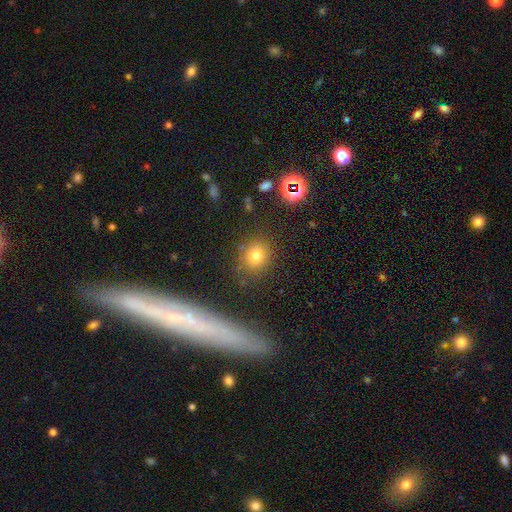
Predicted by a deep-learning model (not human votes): Morphology: type=smooth (75%); roundness=round (75%); merging=none (82%).